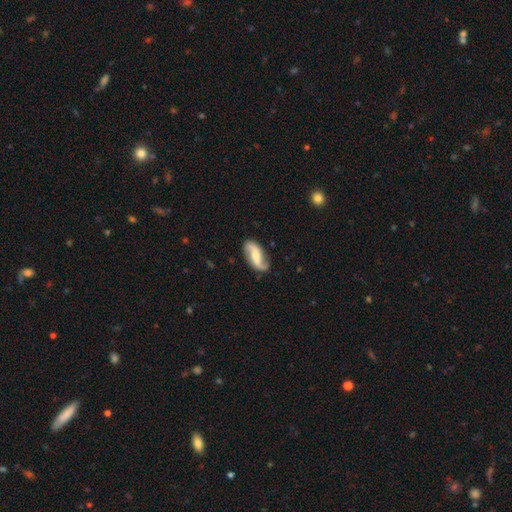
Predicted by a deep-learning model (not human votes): Smooth or featured? Predicted: featured or disk (p=0.78). Edge-on disk? Predicted: no (p=0.96). Bar? Predicted: weak (p=0.38, tied with no). Spiral arms? Predicted: yes (p=0.95). Spiral winding? Predicted: loose (p=0.68). Spiral arm count? Predicted: 2 (p=0.92). Bulge size? Predicted: moderate (p=0.45). Merging? Predicted: none (p=0.80).